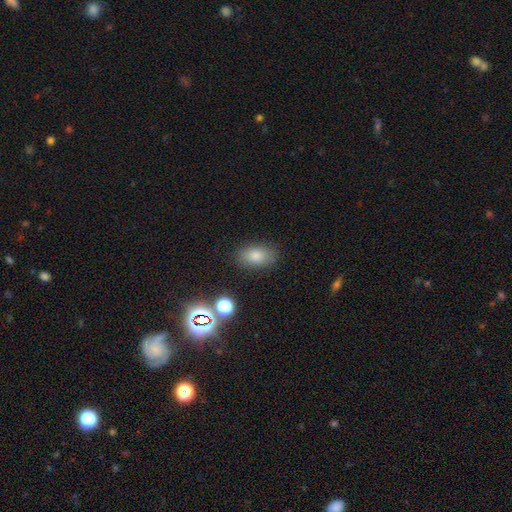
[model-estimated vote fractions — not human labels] smooth 80%, star or artifact 11%, featured or disk 9%. Down the decision tree: how rounded — in between (88%); merging — none (83%).